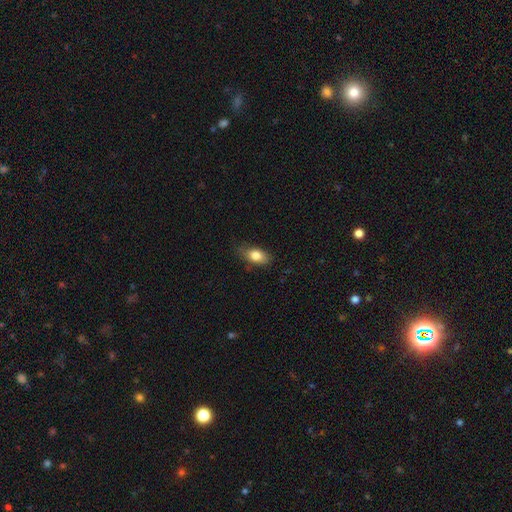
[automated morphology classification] Smooth or featured? smooth (80%)
How rounded? in between (86%)
Merging? none (76%)